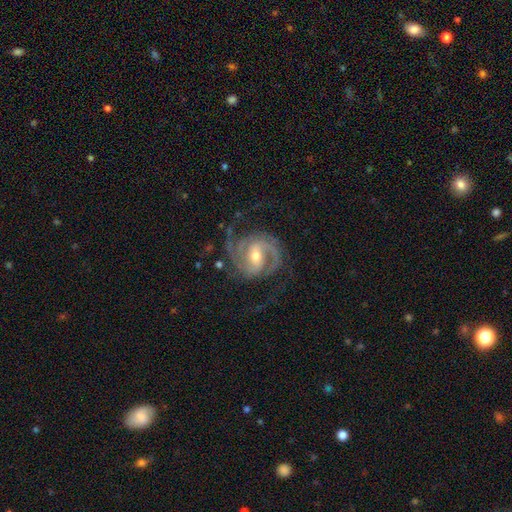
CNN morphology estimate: Overall: featured or disk (93%). Edge-on disk: no (98%). Bar: weak (47%; strong 27%). Spiral arms: yes (98%). Spiral arm count: 2 (65%). Spiral winding: medium (50%; tight 40%). Bulge size: moderate (63%; small 32%). Merging: none (72%).